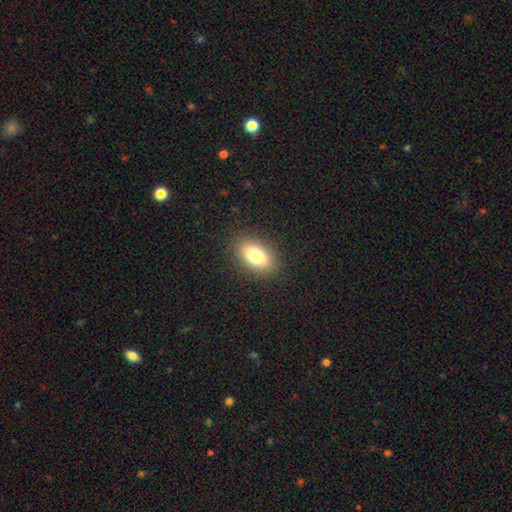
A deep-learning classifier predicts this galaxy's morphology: Overall: smooth (79%). How rounded: in between (87%). Merging: none (88%).